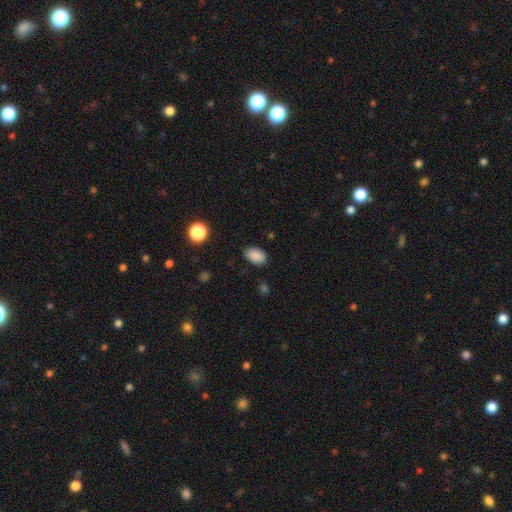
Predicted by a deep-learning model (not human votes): This appears to be a smooth galaxy with no disk features (88%) that is in between round and cigar-shaped (88%). Merging: none (85%).